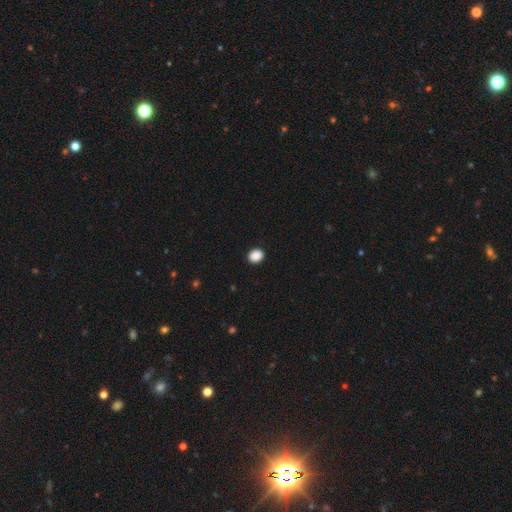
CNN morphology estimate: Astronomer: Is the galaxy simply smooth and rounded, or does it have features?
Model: smooth — 89%.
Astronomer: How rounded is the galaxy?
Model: round — 63%.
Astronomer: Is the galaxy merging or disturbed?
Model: none — 92%.